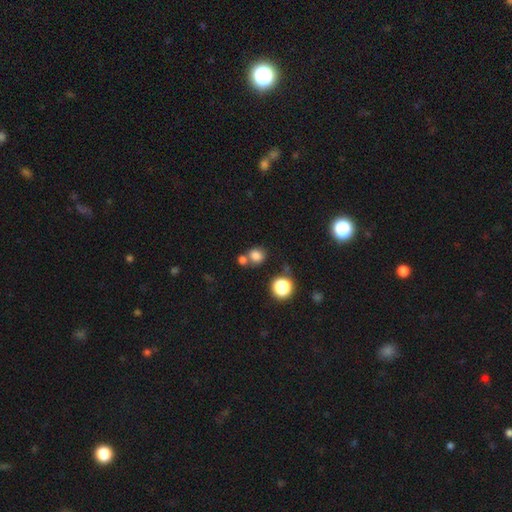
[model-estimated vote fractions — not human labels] smooth 79%, star or artifact 15%, featured or disk 6%. Down the decision tree: how rounded — round (75%); merging — none (58%).